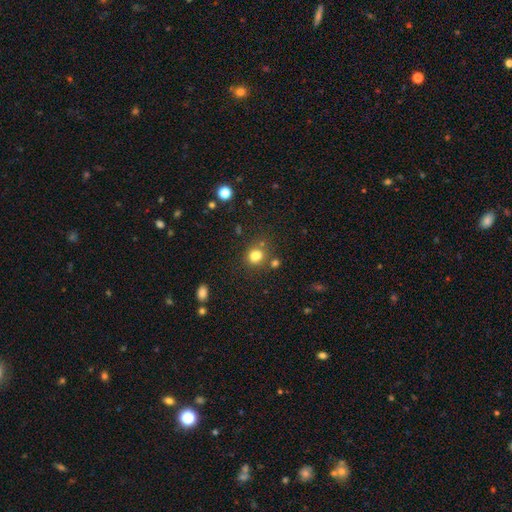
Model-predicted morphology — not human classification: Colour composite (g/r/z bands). It shows a smooth galaxy with no disk features (78%) that is round (67%). Merging: none (63%).